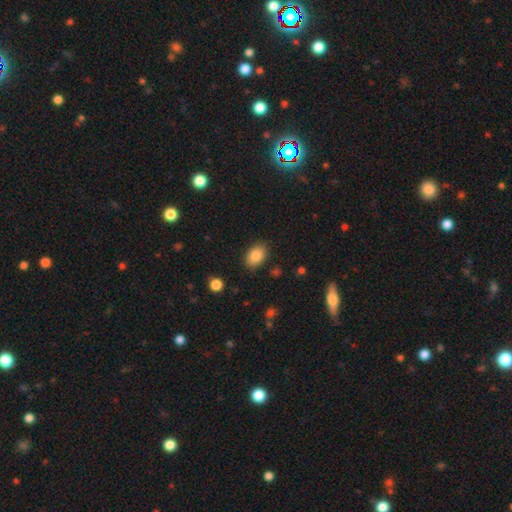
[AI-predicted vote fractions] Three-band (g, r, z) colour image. It shows a smooth galaxy with no disk features (85%) that is in between round and cigar-shaped (83%). Merging: none (85%).